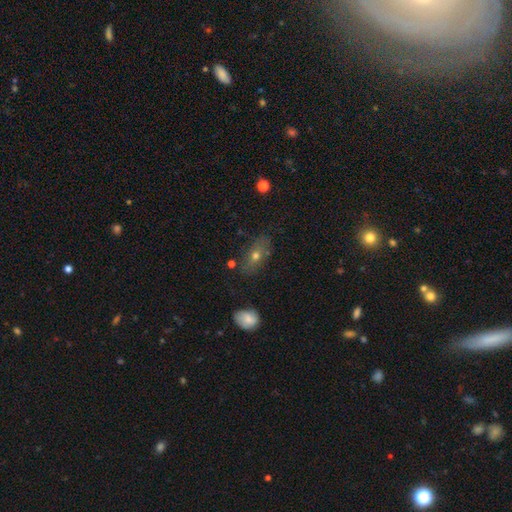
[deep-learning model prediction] Q: Smooth or featured?
A: smooth (56%); runner-up: featured or disk (31%)
Q: How rounded?
A: in between (74%); runner-up: cigar-shaped (14%)
Q: Merging?
A: none (73%); runner-up: minor disturbance (18%)